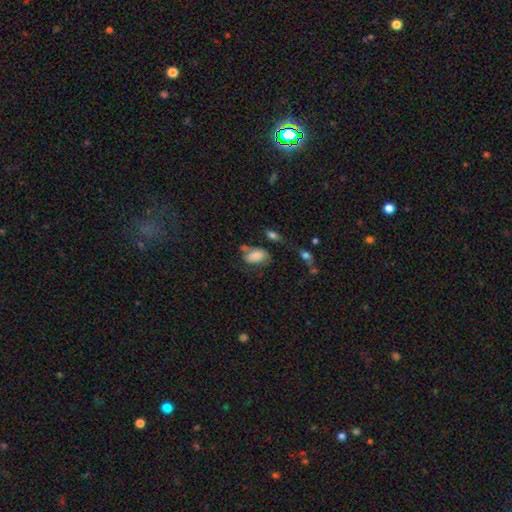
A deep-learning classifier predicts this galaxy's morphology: This appears to be a smooth galaxy with no disk features (73%) that is in between round and cigar-shaped (88%). Merging: none (40%).